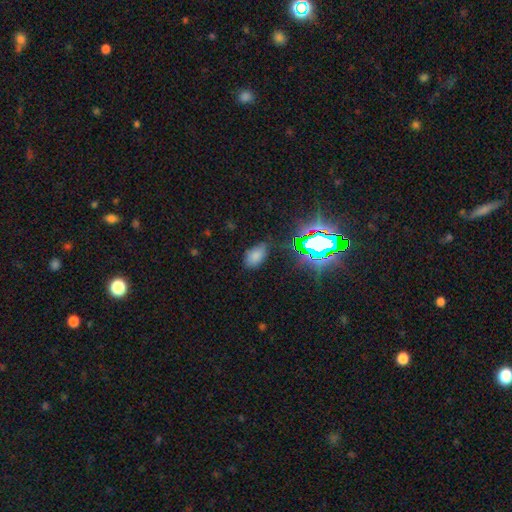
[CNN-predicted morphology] This appears to be a smooth galaxy with no disk features (69%) that is in between round and cigar-shaped (91%). Merging: none (73%).